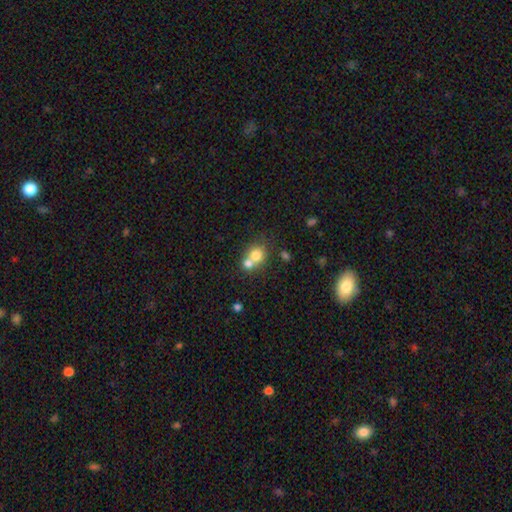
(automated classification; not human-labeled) smooth-or-featured: smooth: 75% | featured or disk: 14% | star or artifact: 11%
  how-rounded: round: 79% | in between: 20% | cigar-shaped: 1%
  merging: merger: 59% | none: 33% | minor disturbance: 6% | major disturbance: 3%